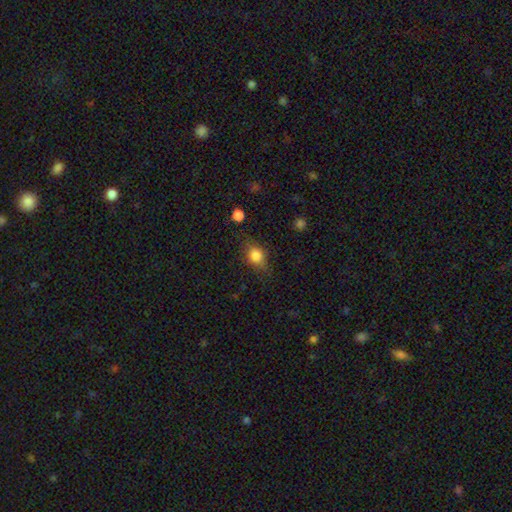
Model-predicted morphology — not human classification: Smooth or featured? Predicted: smooth (p=0.80). How rounded? Predicted: in between (p=0.49, tied with round). Merging? Predicted: none (p=0.74).